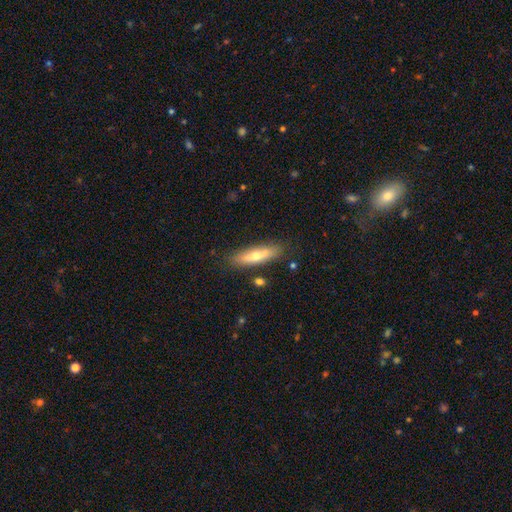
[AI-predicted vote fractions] Smooth or featured: smooth — 61% (featured or disk — 32%)
How rounded: cigar-shaped — 70% (in between — 28%)
Merging: none — 84% (minor disturbance — 11%)